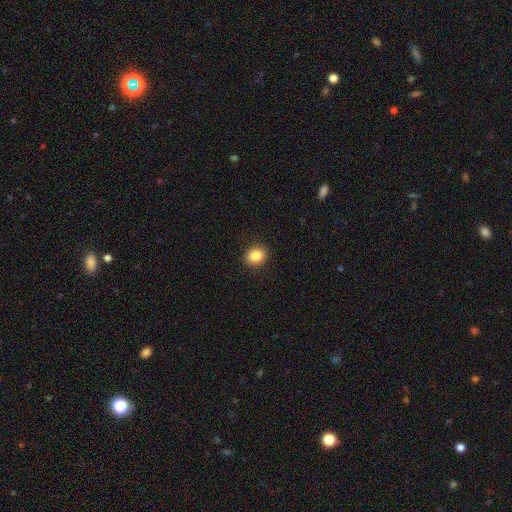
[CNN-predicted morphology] A smooth galaxy with no disk features (86%) that is round (65%).

Vote fractions:
- Smooth or featured? smooth: 86% / star or artifact: 10% / featured or disk: 4%
- How rounded? round: 65% / in between: 34% / cigar-shaped: 1%
- Merging? none: 91% / minor disturbance: 6% / major disturbance: 2% / merger: 1%